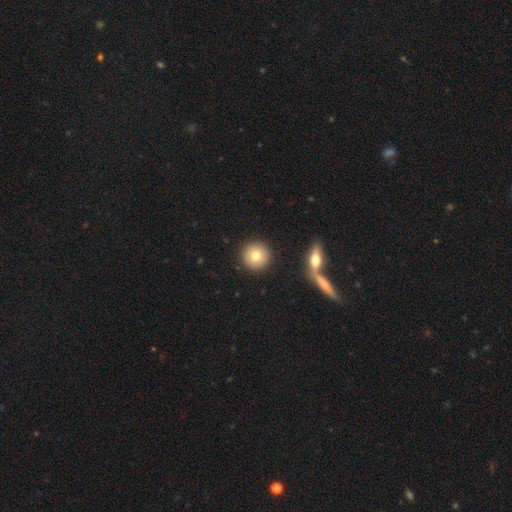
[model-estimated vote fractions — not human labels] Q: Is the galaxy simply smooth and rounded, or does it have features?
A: smooth — 76%.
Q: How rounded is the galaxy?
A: round — 94%.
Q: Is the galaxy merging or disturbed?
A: none — 90%.